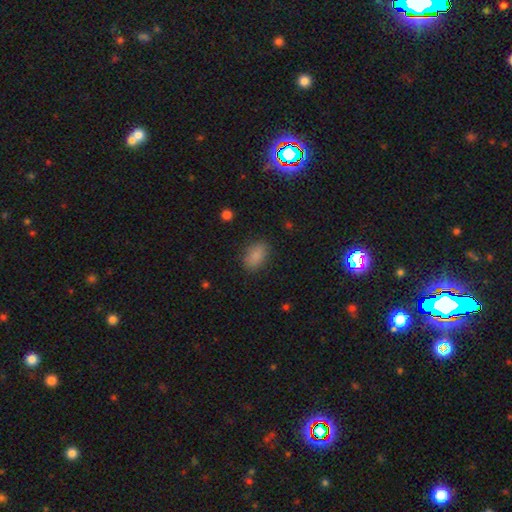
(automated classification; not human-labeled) smooth_or_featured: smooth (p=0.86) [alt: star or artifact p=0.09]
how_rounded: in between (p=0.88) [alt: round p=0.11]
merging: none (p=0.83) [alt: minor disturbance p=0.12]